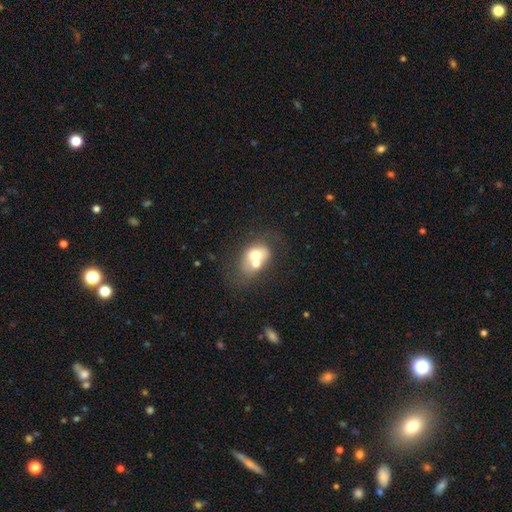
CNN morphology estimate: Smooth or featured: smooth — 59% (featured or disk — 31%)
How rounded: in between — 61% (round — 38%)
Merging: merger — 59% (none — 24%)